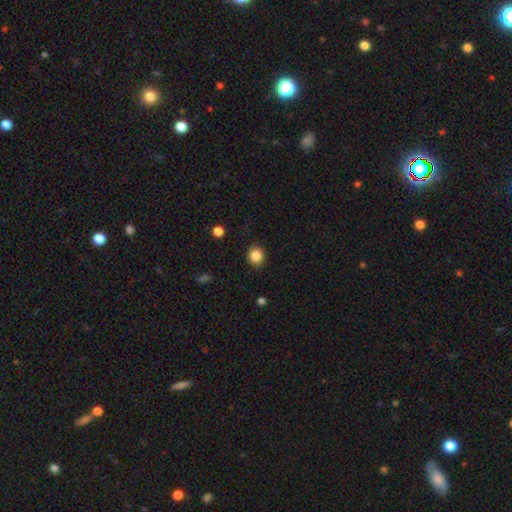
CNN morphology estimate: smooth 85%, star or artifact 10%, featured or disk 5%. Down the decision tree: how rounded — round (80%); merging — none (89%).